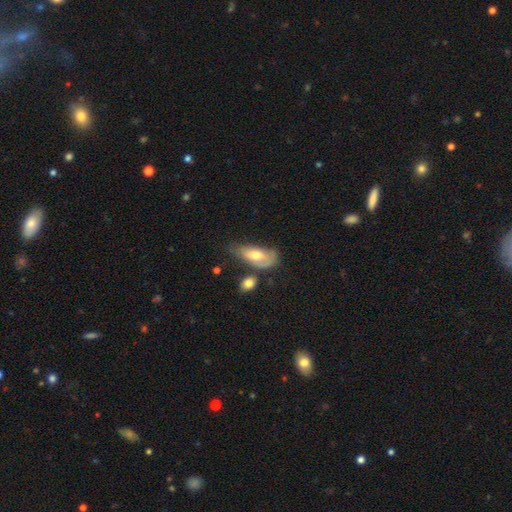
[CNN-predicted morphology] Smooth or featured: smooth — 60% (featured or disk — 33%)
How rounded: in between — 84% (cigar-shaped — 12%)
Merging: none — 35% (minor disturbance — 31%)